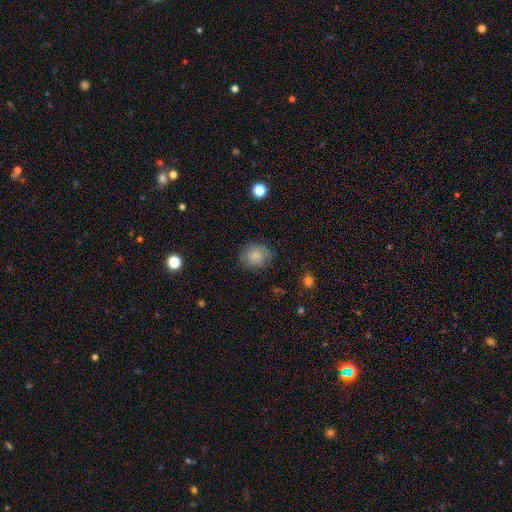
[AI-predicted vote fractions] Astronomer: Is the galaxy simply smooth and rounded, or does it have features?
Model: smooth — 81%.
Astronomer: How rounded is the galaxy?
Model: round — 72%.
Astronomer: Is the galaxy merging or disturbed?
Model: none — 78%.